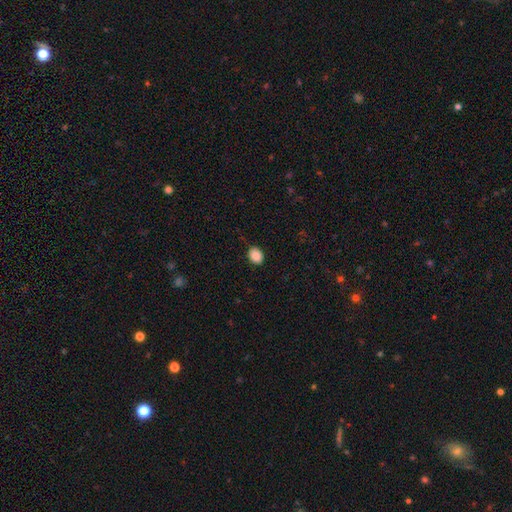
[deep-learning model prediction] This appears to be a smooth galaxy with no disk features (89%) that is in between round and cigar-shaped (61%). Merging: none (85%).